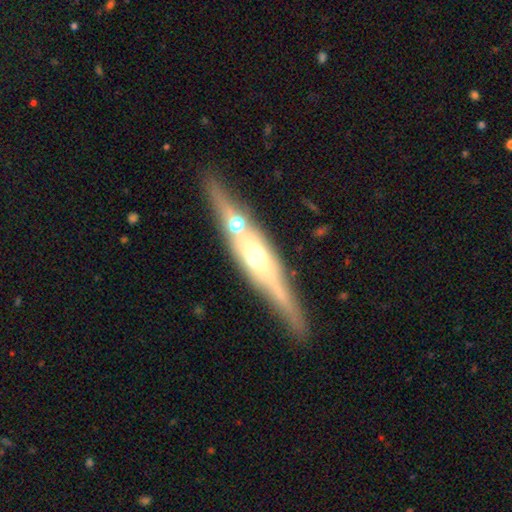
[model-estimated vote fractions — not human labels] Smooth or featured: featured or disk — 67% (smooth — 26%)
Edge-on disk: yes — 93% (no — 7%)
Edge-on bulge: rounded — 88% (boxy — 7%)
Merging: none — 73% (merger — 13%)